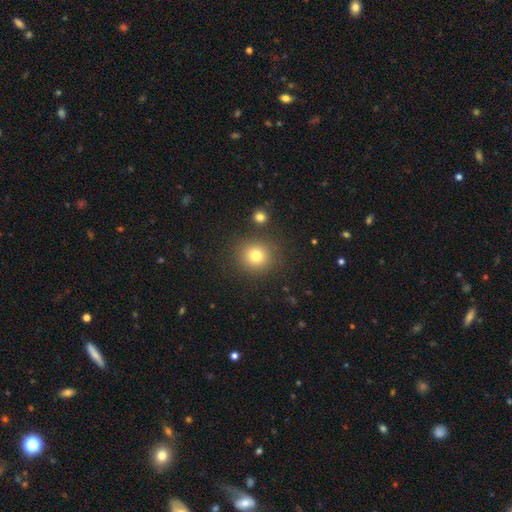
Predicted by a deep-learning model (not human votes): Smooth or featured? smooth (77%)
How rounded? round (91%)
Merging? none (87%)